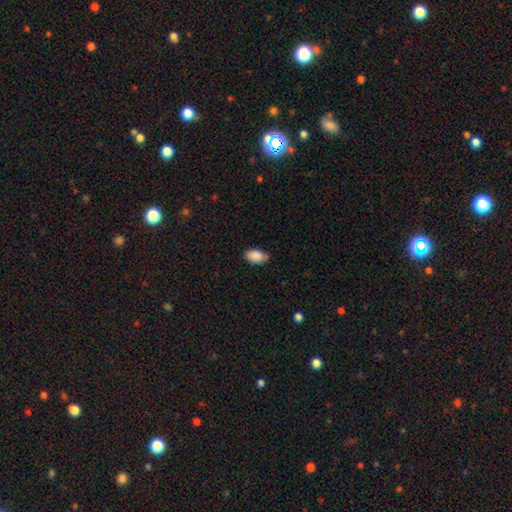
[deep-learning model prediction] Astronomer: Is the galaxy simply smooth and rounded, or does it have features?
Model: smooth — 88%.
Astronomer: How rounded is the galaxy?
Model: in between — 91%.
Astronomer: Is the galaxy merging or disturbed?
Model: none — 75%.